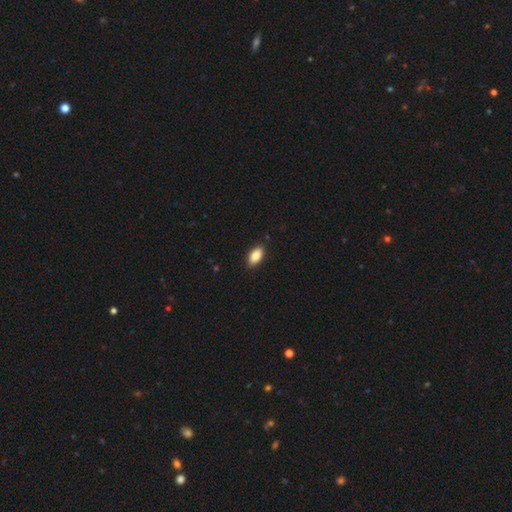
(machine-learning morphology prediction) A smooth galaxy with no disk features (87%) that is in between round and cigar-shaped (93%).

Vote fractions:
- Smooth or featured? smooth: 87% / star or artifact: 7% / featured or disk: 5%
- How rounded? in between: 93% / round: 4% / cigar-shaped: 4%
- Merging? none: 88% / minor disturbance: 9% / major disturbance: 2% / merger: 1%